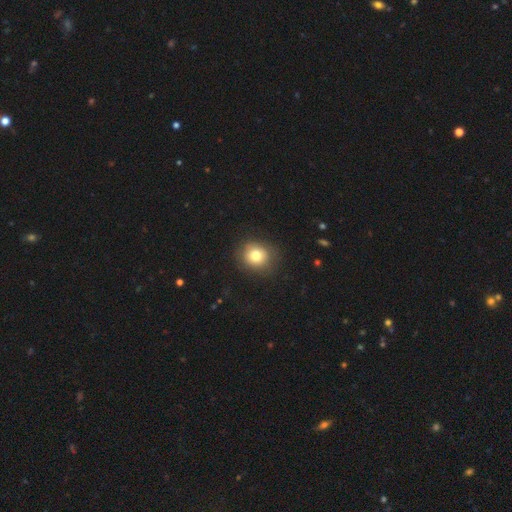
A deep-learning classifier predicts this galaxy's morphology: The model was most divided on "how rounded": round: 80%, in between: 19%, cigar-shaped: 1%. More confident: merging — none (84%); smooth or featured — smooth (79%).